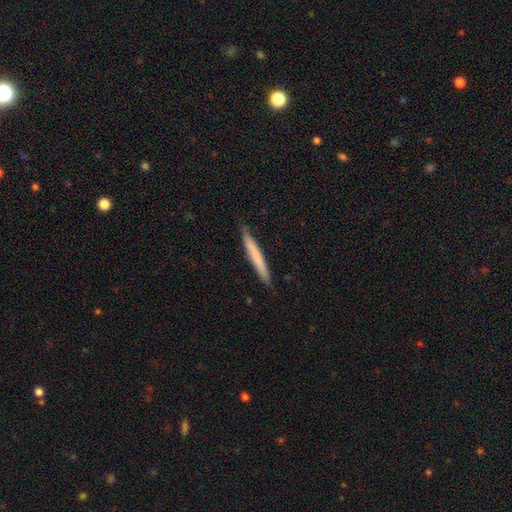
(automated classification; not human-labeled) Q: Smooth or featured?
A: smooth (66%); runner-up: featured or disk (29%)
Q: How rounded?
A: cigar-shaped (97%); runner-up: in between (2%)
Q: Merging?
A: none (88%); runner-up: minor disturbance (10%)